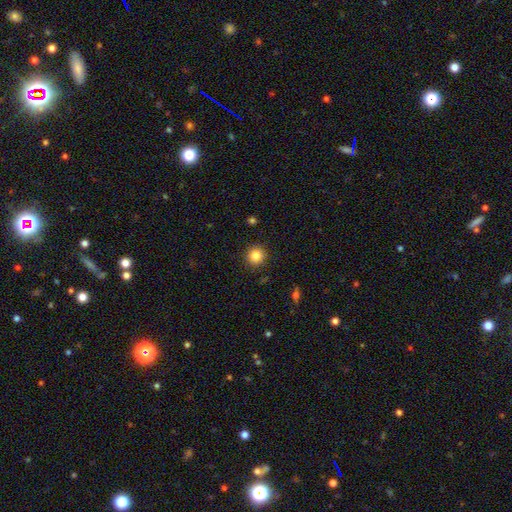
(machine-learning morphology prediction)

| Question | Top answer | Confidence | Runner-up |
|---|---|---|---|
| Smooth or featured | smooth | 84% | star or artifact (11%) |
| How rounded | round | 93% | in between (6%) |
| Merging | none | 91% | minor disturbance (6%) |